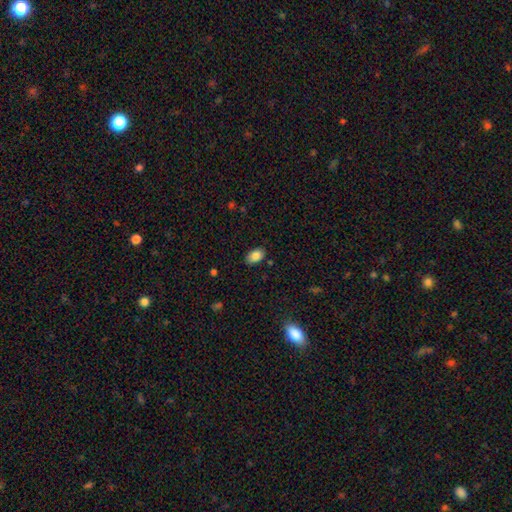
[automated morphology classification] A smooth galaxy with no disk features (85%) that is in between round and cigar-shaped (90%).

Vote fractions:
- Smooth or featured? smooth: 85% / star or artifact: 8% / featured or disk: 7%
- How rounded? in between: 90% / round: 9% / cigar-shaped: 1%
- Merging? none: 84% / minor disturbance: 12% / major disturbance: 2% / merger: 1%